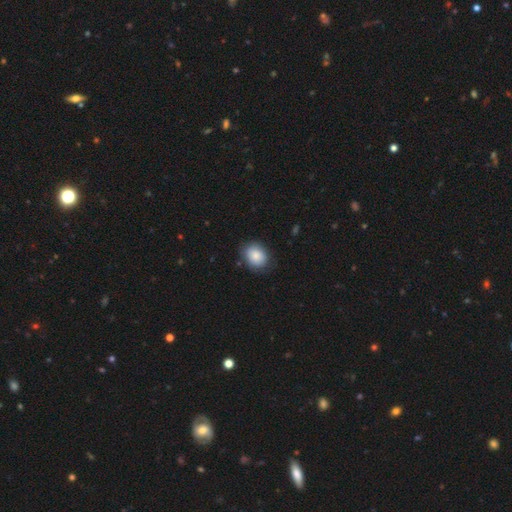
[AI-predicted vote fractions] Smooth or featured: smooth — 86% (star or artifact — 7%)
How rounded: round — 52% (in between — 47%)
Merging: none — 80% (minor disturbance — 16%)